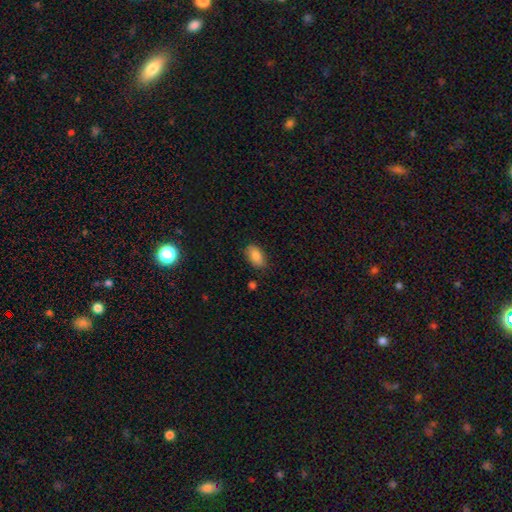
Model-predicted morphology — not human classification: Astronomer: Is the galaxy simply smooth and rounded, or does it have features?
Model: smooth — 87%.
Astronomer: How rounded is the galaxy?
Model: in between — 92%.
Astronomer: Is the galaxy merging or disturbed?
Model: none — 80%.